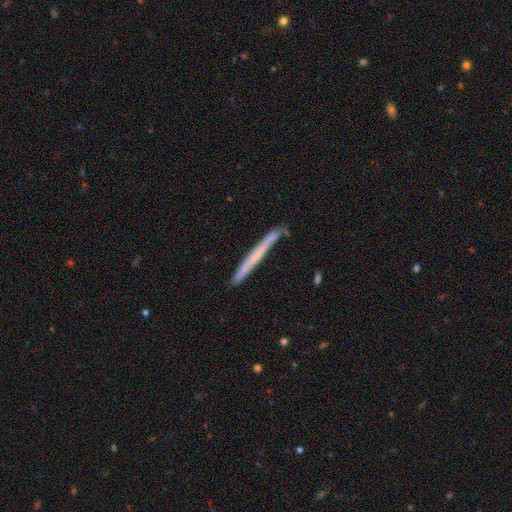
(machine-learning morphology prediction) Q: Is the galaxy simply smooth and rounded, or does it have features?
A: smooth — 51%.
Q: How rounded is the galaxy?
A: cigar-shaped — 97%.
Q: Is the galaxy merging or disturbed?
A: none — 85%.